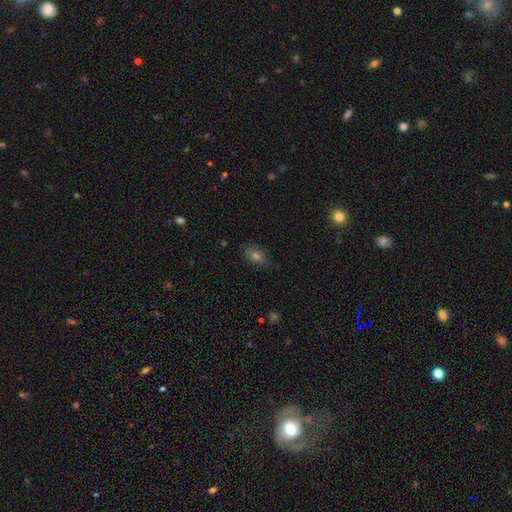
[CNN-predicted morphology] The model was most divided on "smooth or featured": smooth: 63%, star or artifact: 23%, featured or disk: 13%. More confident: merging — none (82%); how rounded — in between (74%).